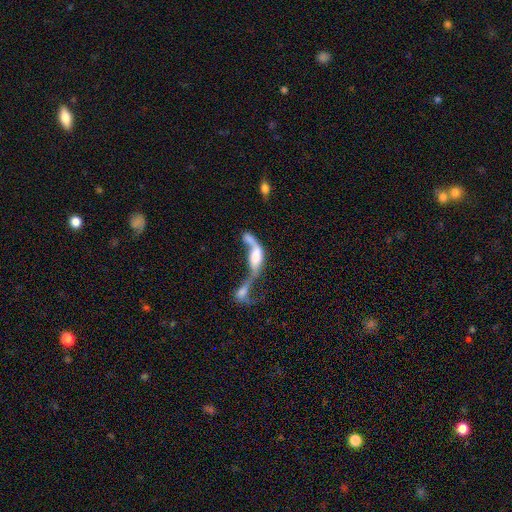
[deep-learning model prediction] This appears to be a smooth galaxy with no disk features (50%) that is in between round and cigar-shaped (65%). Merging: merger (77%).